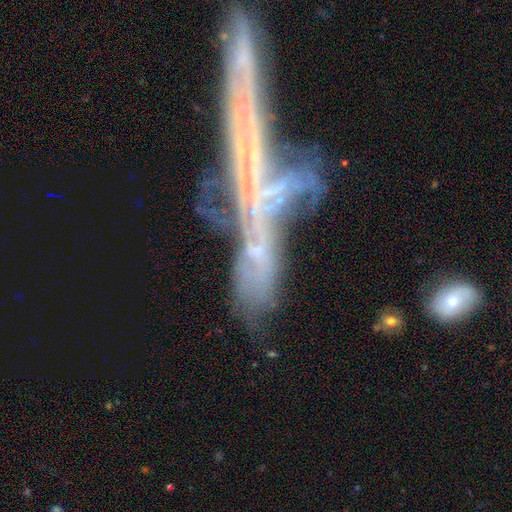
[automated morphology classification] This is likely a featured or disk galaxy (61%). It is likely not viewed edge-on (64%). Merging: marginally merger (40%).